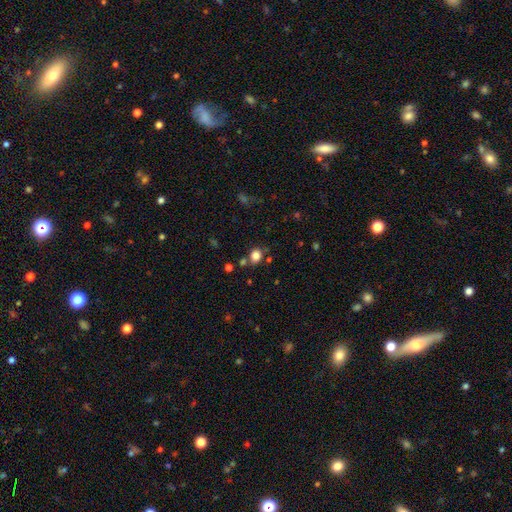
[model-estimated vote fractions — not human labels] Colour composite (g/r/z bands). It shows a smooth galaxy with no disk features (82%) that is round (61%). Merging: none (73%).